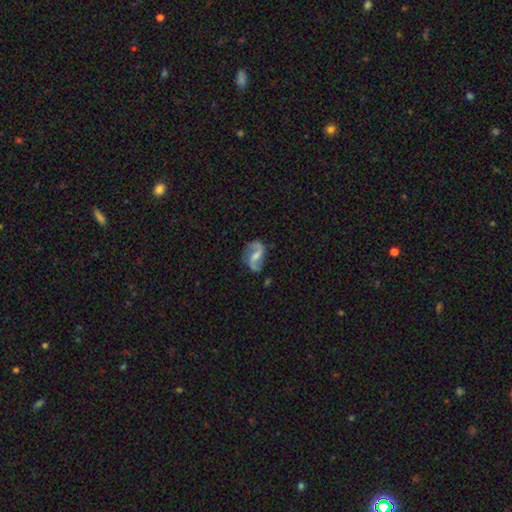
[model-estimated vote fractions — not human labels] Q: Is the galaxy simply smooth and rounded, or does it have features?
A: featured or disk — 79%.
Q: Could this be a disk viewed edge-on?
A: no — 97%.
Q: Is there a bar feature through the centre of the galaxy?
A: weak — 49%.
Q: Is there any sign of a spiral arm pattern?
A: yes — 93%.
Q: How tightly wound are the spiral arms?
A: loose — 59%.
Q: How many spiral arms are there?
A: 2 — 90%.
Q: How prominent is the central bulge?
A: small — 36%.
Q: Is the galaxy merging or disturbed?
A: none — 64%.